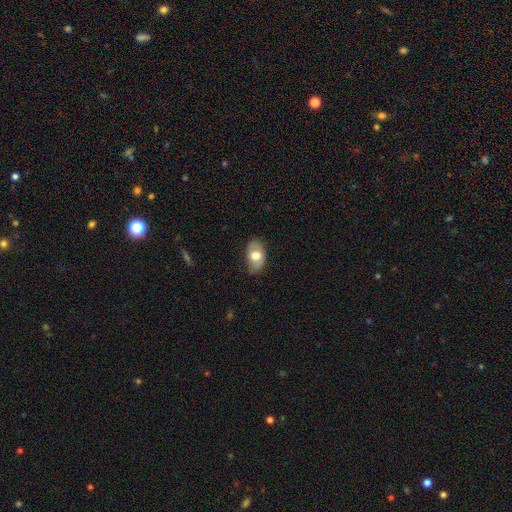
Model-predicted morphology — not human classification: Smooth or featured? Predicted: smooth (p=0.68). How rounded? Predicted: in between (p=0.90). Merging? Predicted: none (p=0.72).